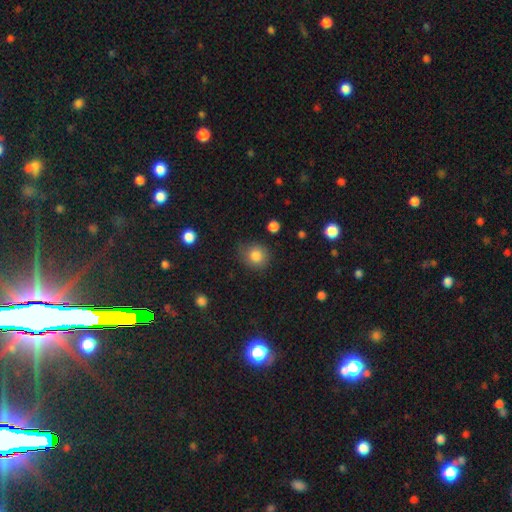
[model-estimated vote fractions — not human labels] This is clearly a smooth galaxy (83%). How rounded: clearly round (82%). Merging: likely none (73%).